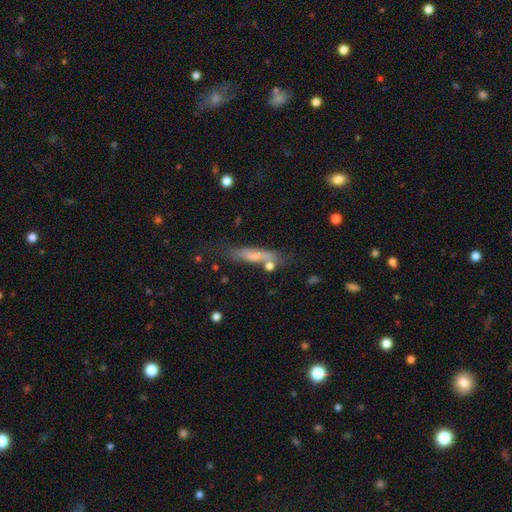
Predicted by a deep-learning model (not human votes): Smooth or featured? smooth (55%)
How rounded? cigar-shaped (81%)
Merging? none (62%)